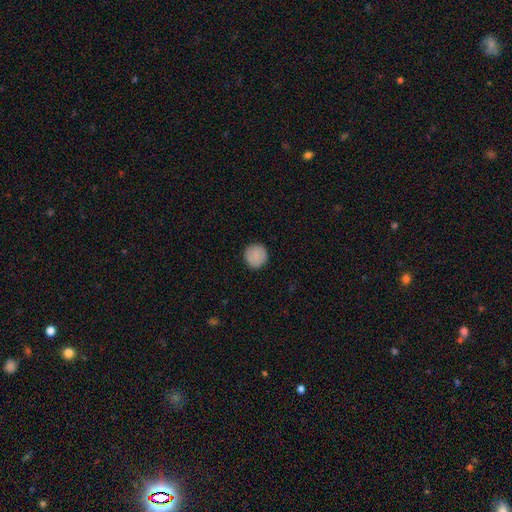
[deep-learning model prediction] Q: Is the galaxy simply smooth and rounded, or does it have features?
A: smooth — 88%.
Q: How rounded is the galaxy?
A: round — 95%.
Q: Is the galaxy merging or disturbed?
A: none — 91%.